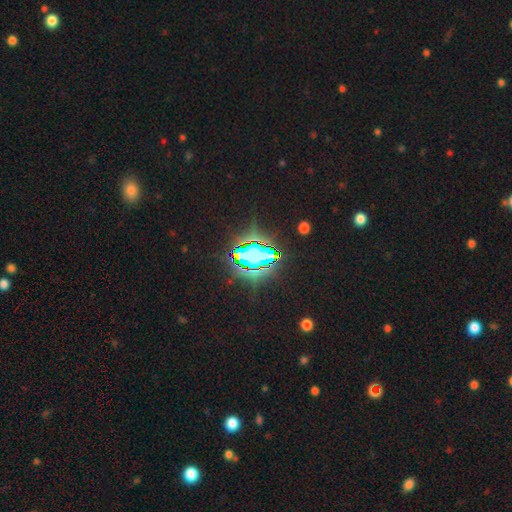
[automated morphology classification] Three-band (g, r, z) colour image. It shows a star or artifact, not a galaxy (73%).